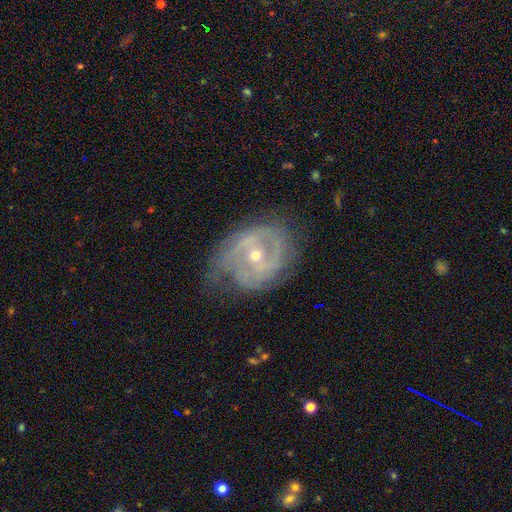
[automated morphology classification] Smooth or featured? Predicted: featured or disk (p=0.82). Edge-on disk? Predicted: no (p=0.96). Bar? Predicted: no (p=0.48). Spiral arms? Predicted: yes (p=0.85). Spiral winding? Predicted: tight (p=0.49). Spiral arm count? Predicted: 2 (p=0.48). Bulge size? Predicted: small (p=0.64). Merging? Predicted: none (p=0.54).